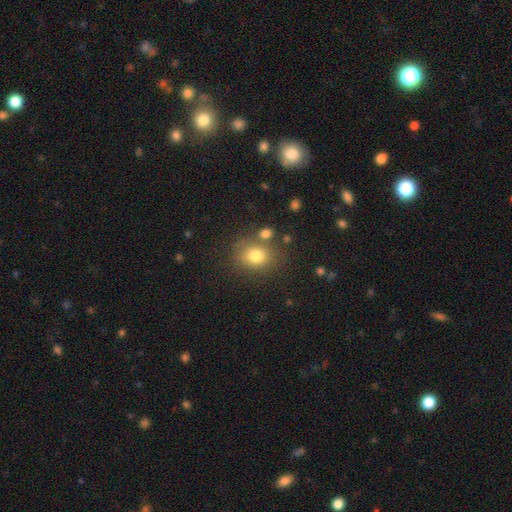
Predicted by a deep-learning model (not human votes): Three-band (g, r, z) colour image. It shows a smooth galaxy with no disk features (78%) that is round (62%). Merging: none (70%).